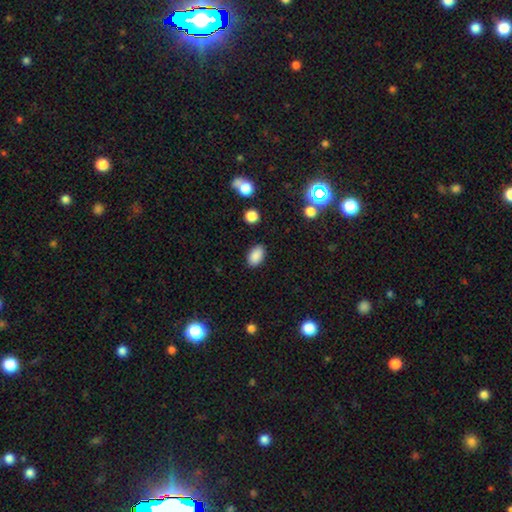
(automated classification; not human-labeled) A smooth galaxy with no disk features (87%) that is in between round and cigar-shaped (90%).

Vote fractions:
- Smooth or featured? smooth: 87% / star or artifact: 9% / featured or disk: 4%
- How rounded? in between: 90% / round: 9% / cigar-shaped: 1%
- Merging? none: 86% / minor disturbance: 10% / major disturbance: 3% / merger: 1%